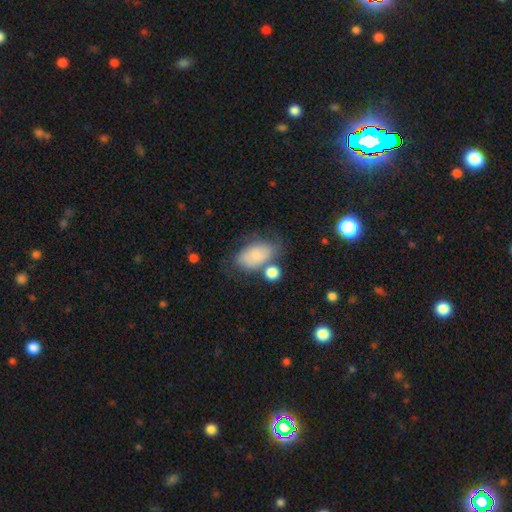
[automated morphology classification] A smooth galaxy with no disk features (71%) that is in between round and cigar-shaped (89%).

Vote fractions:
- Smooth or featured? smooth: 71% / featured or disk: 21% / star or artifact: 8%
- How rounded? in between: 89% / round: 9% / cigar-shaped: 2%
- Merging? none: 48% / minor disturbance: 24% / merger: 16% / major disturbance: 11%